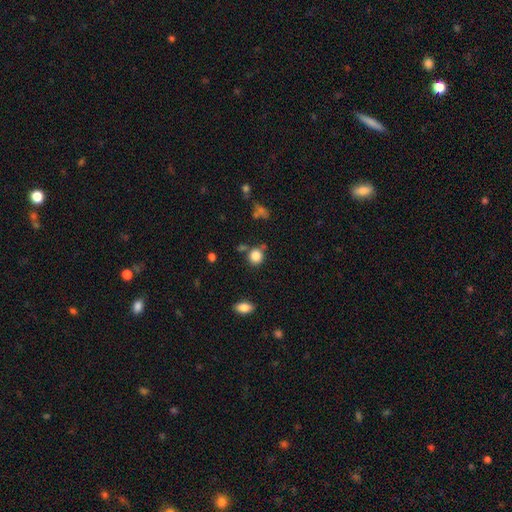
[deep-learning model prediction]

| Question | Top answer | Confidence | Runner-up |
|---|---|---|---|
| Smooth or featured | smooth | 85% | star or artifact (11%) |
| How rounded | round | 84% | in between (14%) |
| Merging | none | 73% | minor disturbance (13%) |